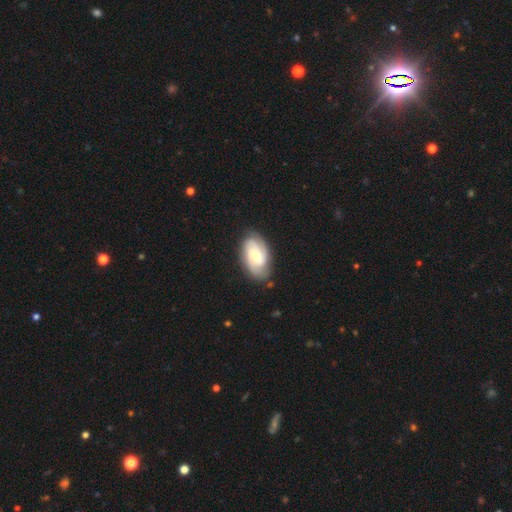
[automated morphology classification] smooth-or-featured: featured or disk: 71% | smooth: 24% | star or artifact: 5%
  disk-edge-on: no: 96% | yes: 4%
    bar: no: 46% | weak: 42% | strong: 12%
    has-spiral-arms: yes: 94% | no: 6%
      spiral-winding: tight: 54% | medium: 36% | loose: 10%
      spiral-arm-count: 2: 46% | 3: 23% | can't tell: 20% | 4: 4% | 1: 3% | more than 4: 3%
    bulge-size: moderate: 46% | small: 44% | large: 6% | none: 2% | dominant: 1%
  merging: none: 78% | minor disturbance: 16% | major disturbance: 4% | merger: 2%